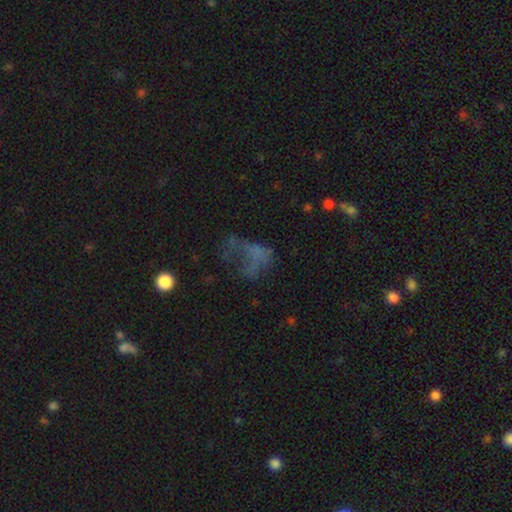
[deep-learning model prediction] This is marginally a smooth galaxy (43%). Merging: possibly major disturbance (47%).